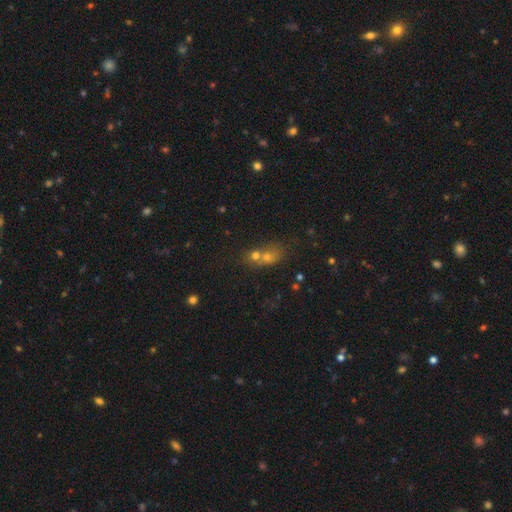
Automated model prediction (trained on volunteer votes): Smooth or featured? Predicted: smooth (p=0.53). How rounded? Predicted: round (p=0.63). Merging? Predicted: merger (p=0.50).